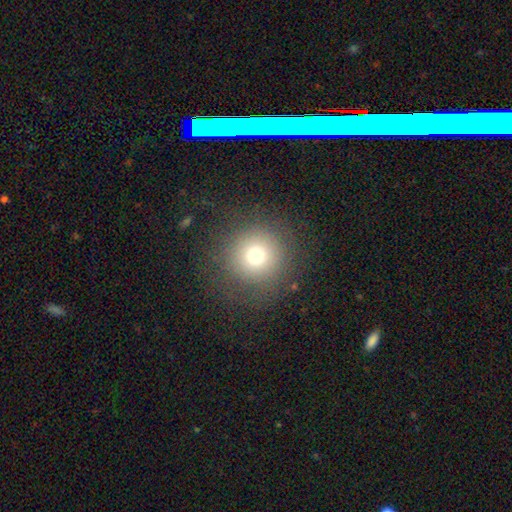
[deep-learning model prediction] A smooth galaxy with no disk features (73%) that is round (95%).

Vote fractions:
- Smooth or featured? smooth: 73% / star or artifact: 16% / featured or disk: 11%
- How rounded? round: 95% / in between: 4% / cigar-shaped: 1%
- Merging? none: 83% / minor disturbance: 9% / major disturbance: 6% / merger: 1%